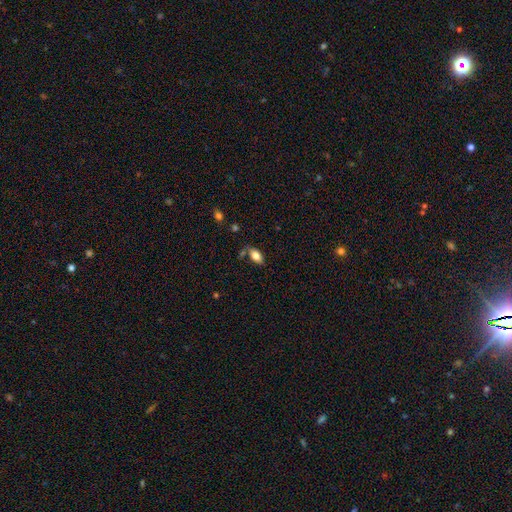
This appears to be a smooth galaxy with no disk features (85%) that is in between round and cigar-shaped (97%). Merging: none (66%).